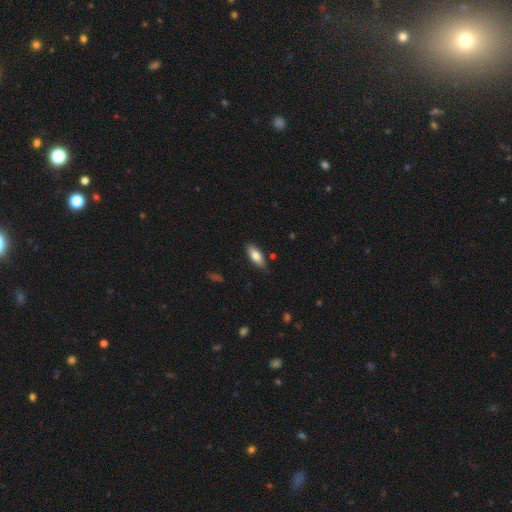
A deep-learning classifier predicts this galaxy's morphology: Smooth or featured? smooth (76%)
How rounded? in between (75%)
Merging? none (81%)